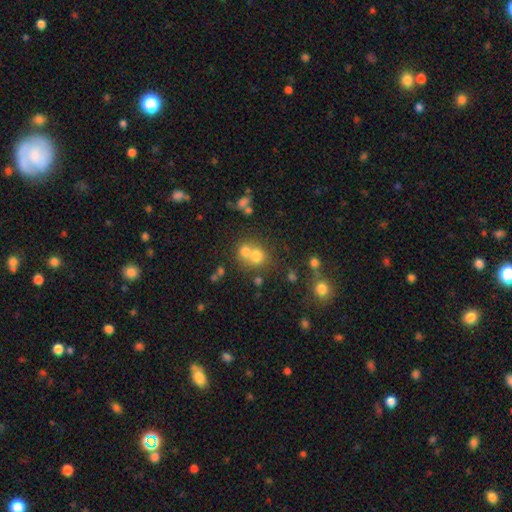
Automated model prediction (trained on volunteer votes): Smooth or featured?
  - smooth: 68% *
  - star or artifact: 16%
  - featured or disk: 16%
How rounded?
  - round: 80% *
  - in between: 19%
  - cigar-shaped: 1%
Merging?
  - merger: 50% *
  - none: 39%
  - minor disturbance: 7%
  - major disturbance: 4%